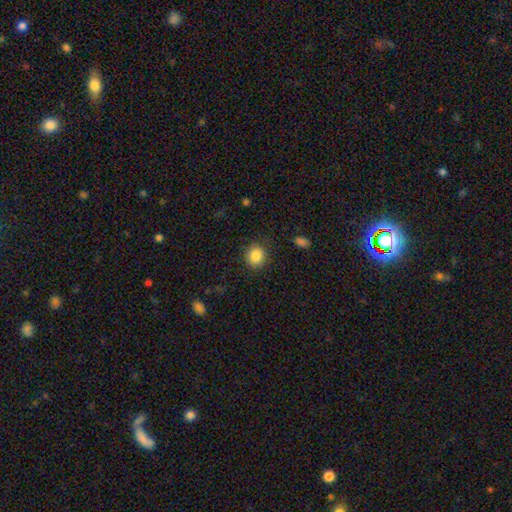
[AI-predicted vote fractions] A smooth galaxy with no disk features (86%) that is round (82%). Merging: none (88%).